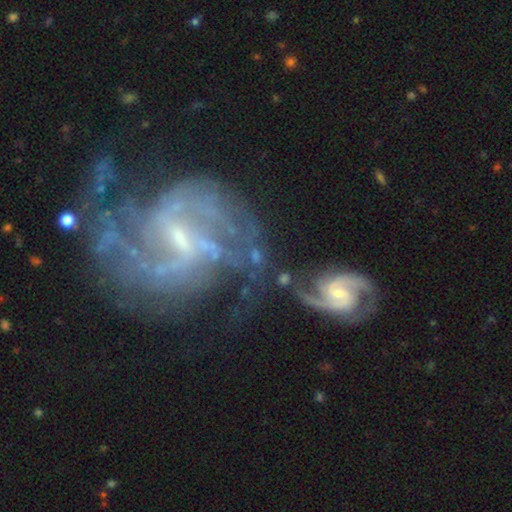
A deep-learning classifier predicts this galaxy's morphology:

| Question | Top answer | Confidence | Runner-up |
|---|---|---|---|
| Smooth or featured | featured or disk | 70% | smooth (18%) |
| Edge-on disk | no | 96% | yes (4%) |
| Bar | weak | 40% | no (33%) |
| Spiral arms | yes | 87% | no (13%) |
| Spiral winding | medium | 42% | tight (36%) |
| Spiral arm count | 2 | 37% | can't tell (24%) |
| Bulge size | small | 48% | moderate (33%) |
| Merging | none | 53% | major disturbance (18%) |